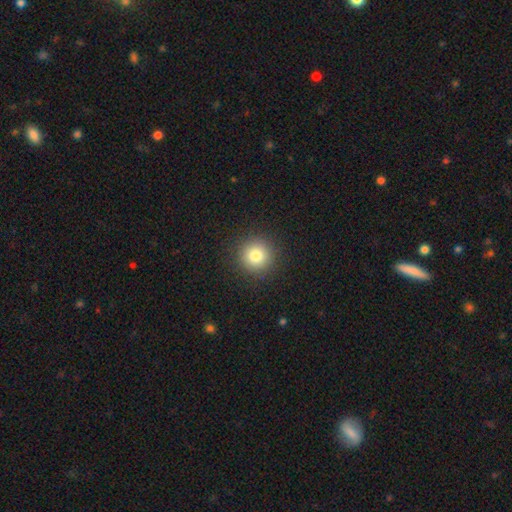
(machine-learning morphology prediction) Overall: smooth (81%). How rounded: round (94%). Merging: none (91%).